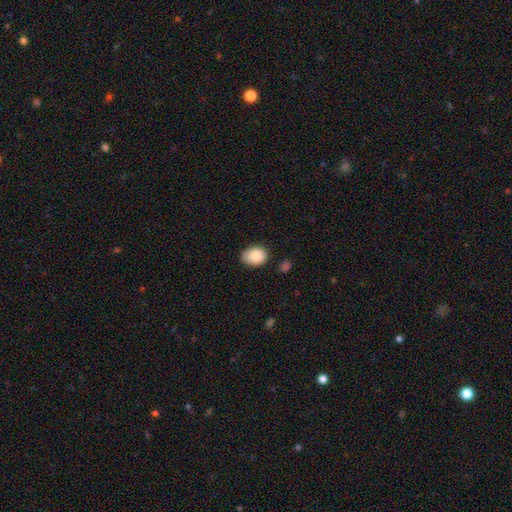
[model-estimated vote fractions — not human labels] This appears to be a smooth galaxy with no disk features (87%) that is in between round and cigar-shaped (77%). Merging: none (71%).